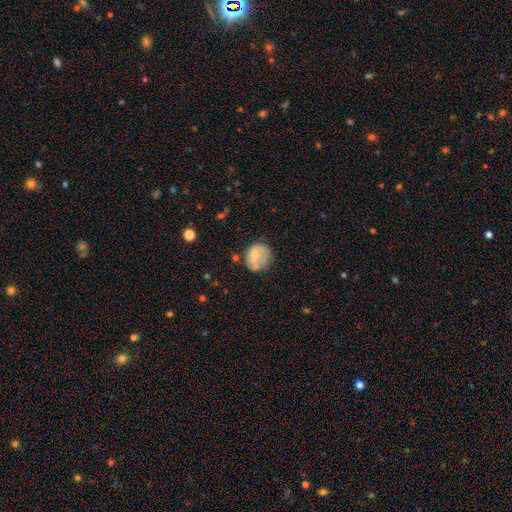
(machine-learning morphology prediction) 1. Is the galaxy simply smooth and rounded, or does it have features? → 66% smooth, 25% featured or disk, 8% star or artifact.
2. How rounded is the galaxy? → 68% round, 31% in between, 1% cigar-shaped.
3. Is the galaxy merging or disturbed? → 49% none, 30% minor disturbance, 15% major disturbance, 6% merger.